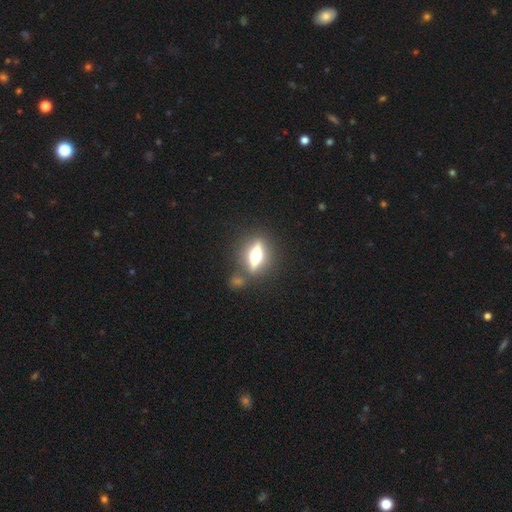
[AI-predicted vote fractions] Smooth or featured? Predicted: featured or disk (p=0.70). Edge-on disk? Predicted: yes (p=0.89). Edge-on bulge? Predicted: rounded (p=0.95). Merging? Predicted: none (p=0.78).